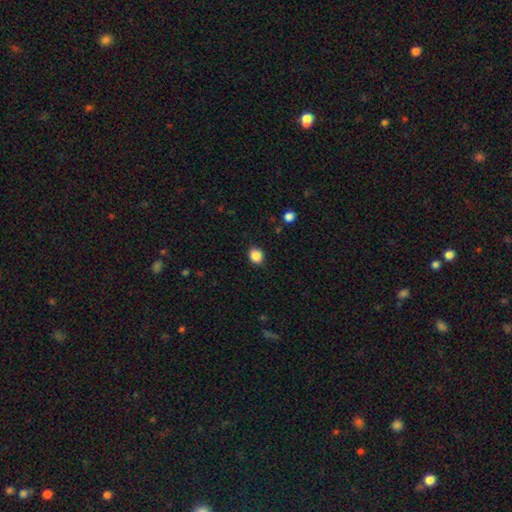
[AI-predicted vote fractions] smooth-or-featured: smooth: 87% | star or artifact: 10% | featured or disk: 3%
  how-rounded: round: 66% | in between: 33% | cigar-shaped: 1%
  merging: none: 90% | minor disturbance: 7% | major disturbance: 2% | merger: 1%